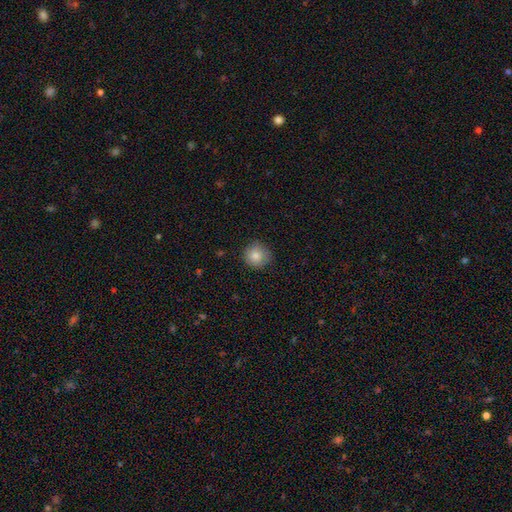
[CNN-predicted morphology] Smooth or featured?
  - smooth: 84% *
  - star or artifact: 9%
  - featured or disk: 7%
How rounded?
  - round: 91% *
  - in between: 8%
  - cigar-shaped: 1%
Merging?
  - none: 82% *
  - minor disturbance: 15%
  - major disturbance: 3%
  - merger: 1%